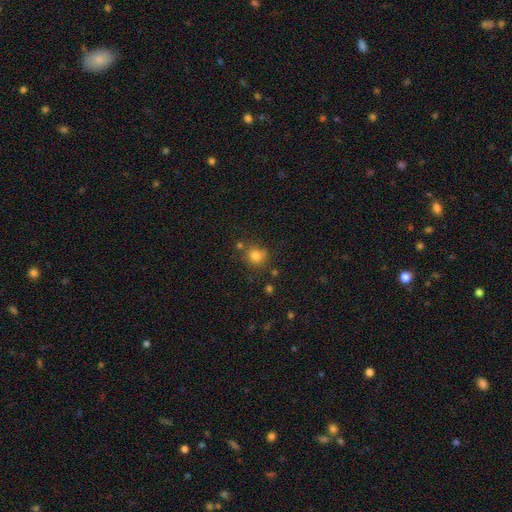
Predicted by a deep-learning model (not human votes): smooth 80%, star or artifact 13%, featured or disk 7%. Down the decision tree: how rounded — round (81%); merging — none (70%).